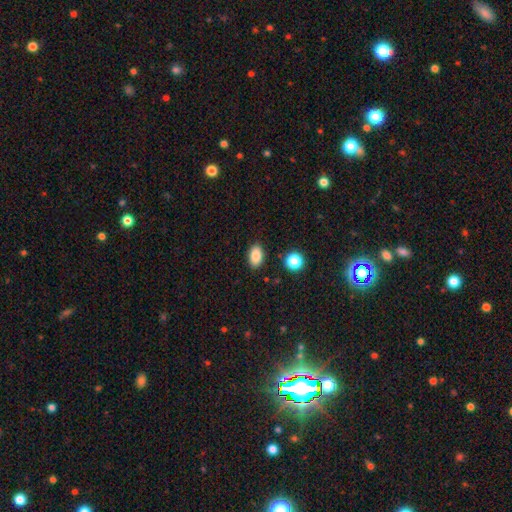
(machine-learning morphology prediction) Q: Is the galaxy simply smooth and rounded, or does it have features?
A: smooth — 85%.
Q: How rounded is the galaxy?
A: in between — 90%.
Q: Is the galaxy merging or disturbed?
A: none — 87%.